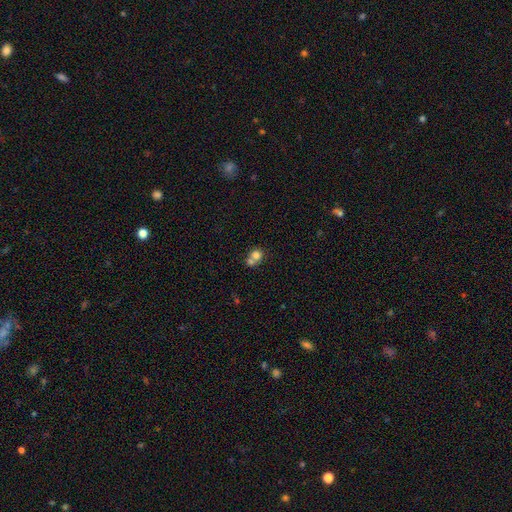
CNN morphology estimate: Smooth or featured: smooth — 75% (featured or disk — 14%)
How rounded: round — 77% (in between — 22%)
Merging: merger — 59% (none — 33%)